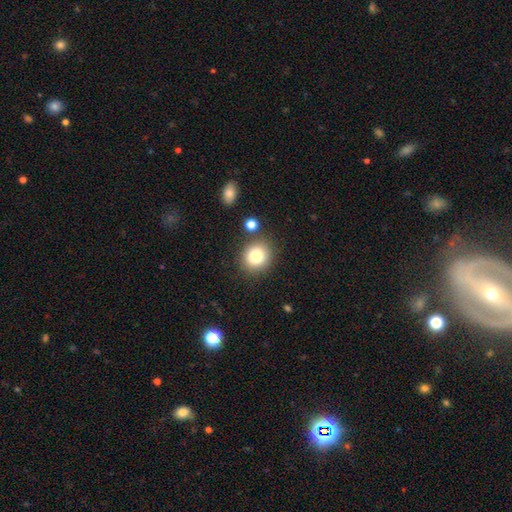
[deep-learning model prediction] This is clearly a smooth galaxy (81%). How rounded: clearly round (81%). Merging: clearly none (82%).